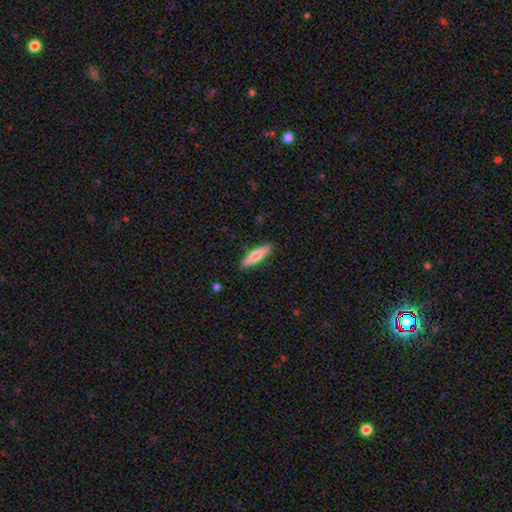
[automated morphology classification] Q: Smooth or featured?
A: smooth (69%); runner-up: featured or disk (26%)
Q: How rounded?
A: cigar-shaped (73%); runner-up: in between (25%)
Q: Merging?
A: none (89%); runner-up: minor disturbance (8%)